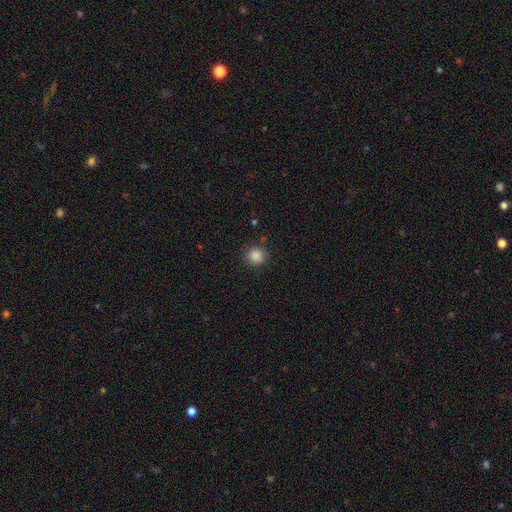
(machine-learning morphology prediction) Smooth or featured?
  - smooth: 86% *
  - star or artifact: 11%
  - featured or disk: 3%
How rounded?
  - round: 93% *
  - in between: 6%
  - cigar-shaped: 1%
Merging?
  - none: 88% *
  - minor disturbance: 8%
  - major disturbance: 2%
  - merger: 2%